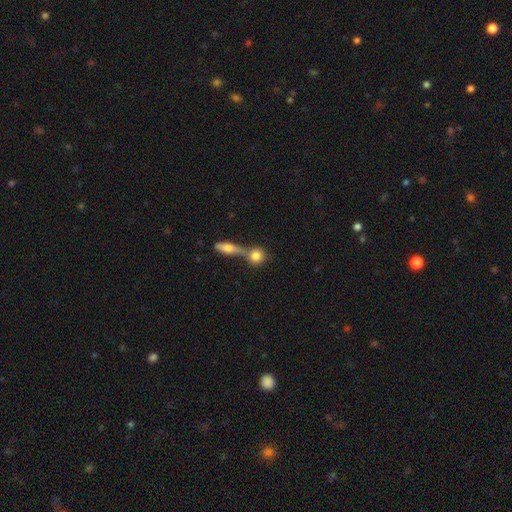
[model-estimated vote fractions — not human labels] Smooth or featured? Predicted: smooth (p=0.79). How rounded? Predicted: round (p=0.78). Merging? Predicted: merger (p=0.48).